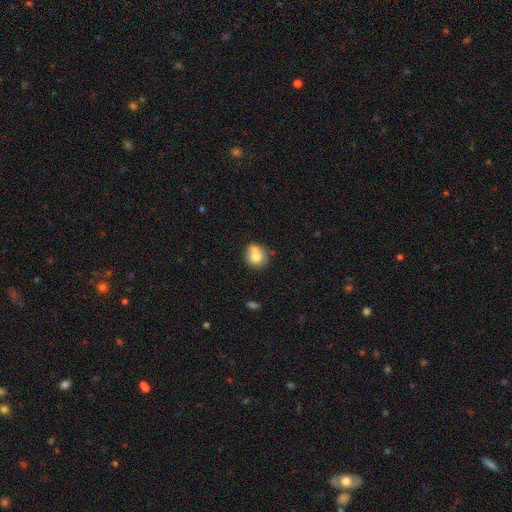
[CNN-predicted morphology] Smooth or featured: smooth — 75% (featured or disk — 16%)
How rounded: round — 78% (in between — 21%)
Merging: none — 47% (merger — 28%)